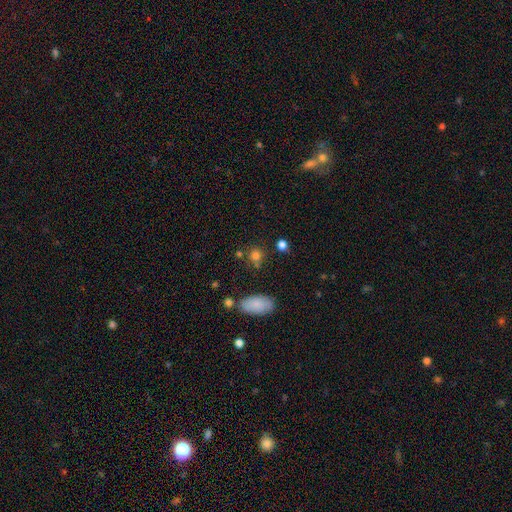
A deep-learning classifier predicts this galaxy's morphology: A smooth galaxy with no disk features (79%) that is round (82%).

Vote fractions:
- Smooth or featured? smooth: 79% / star or artifact: 14% / featured or disk: 7%
- How rounded? round: 82% / in between: 17% / cigar-shaped: 2%
- Merging? none: 74% / merger: 11% / minor disturbance: 11% / major disturbance: 4%